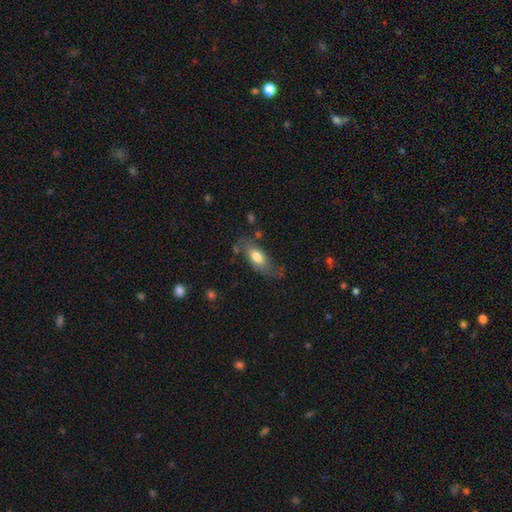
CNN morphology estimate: Q: Smooth or featured?
A: smooth (69%); runner-up: featured or disk (24%)
Q: How rounded?
A: in between (84%); runner-up: cigar-shaped (12%)
Q: Merging?
A: none (61%); runner-up: minor disturbance (25%)